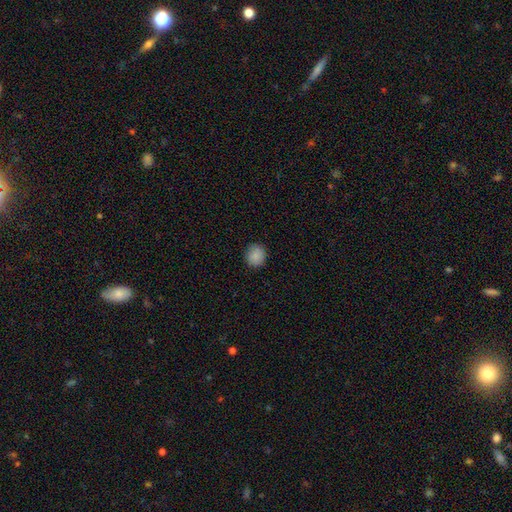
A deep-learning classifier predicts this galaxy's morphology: type=smooth (88%); roundness=round (82%); merging=none (87%).